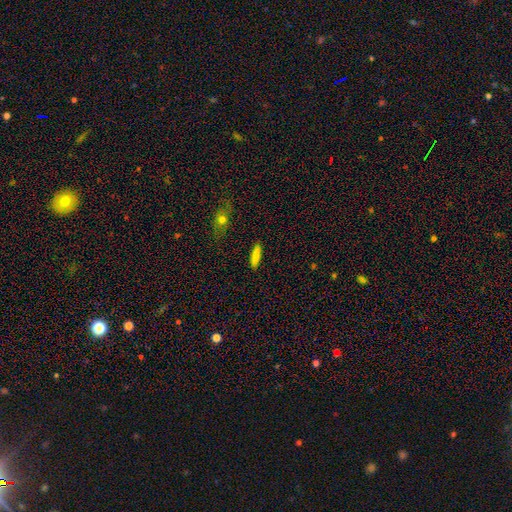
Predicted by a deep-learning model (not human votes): Smooth or featured? Predicted: smooth (p=0.82). How rounded? Predicted: cigar-shaped (p=0.76). Merging? Predicted: none (p=0.89).